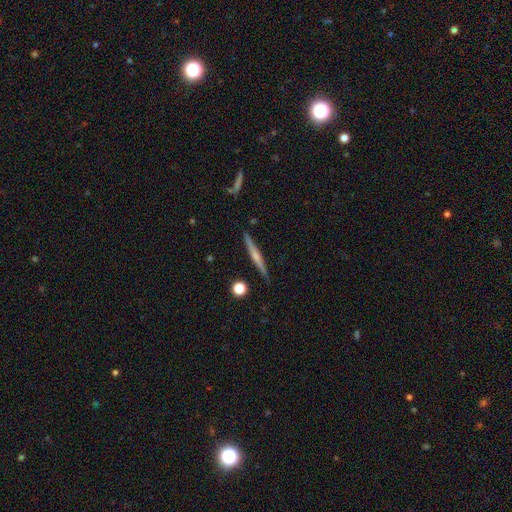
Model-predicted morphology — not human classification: A featured or disk galaxy (63%) viewed edge-on (97%) with a rounded central bulge (59%). Merging: none (89%).